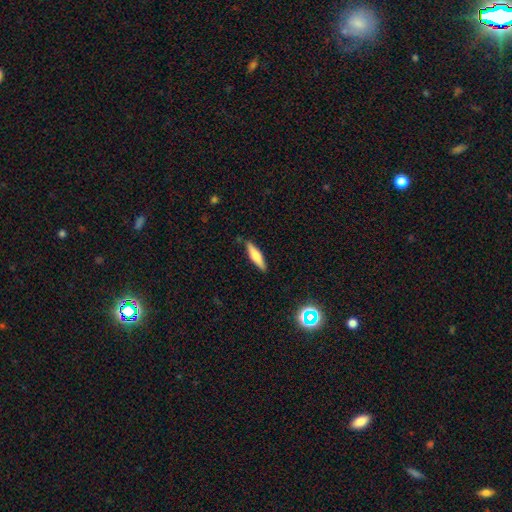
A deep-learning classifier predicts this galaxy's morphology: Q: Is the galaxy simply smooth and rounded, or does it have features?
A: smooth — 60%.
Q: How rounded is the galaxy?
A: cigar-shaped — 76%.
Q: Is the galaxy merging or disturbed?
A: none — 87%.